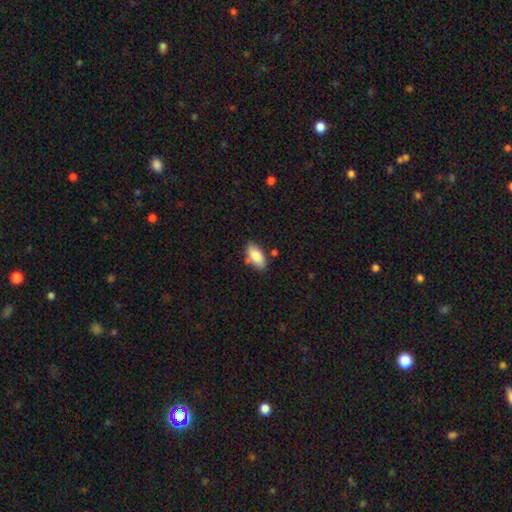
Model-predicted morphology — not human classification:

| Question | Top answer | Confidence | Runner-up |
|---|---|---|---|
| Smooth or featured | smooth | 85% | featured or disk (9%) |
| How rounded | in between | 90% | cigar-shaped (7%) |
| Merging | none | 75% | minor disturbance (15%) |